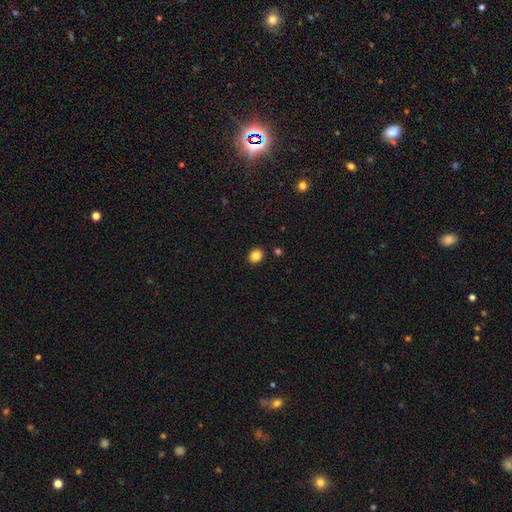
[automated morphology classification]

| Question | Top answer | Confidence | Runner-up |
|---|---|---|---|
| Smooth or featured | smooth | 84% | star or artifact (11%) |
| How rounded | round | 69% | in between (31%) |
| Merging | none | 90% | minor disturbance (6%) |